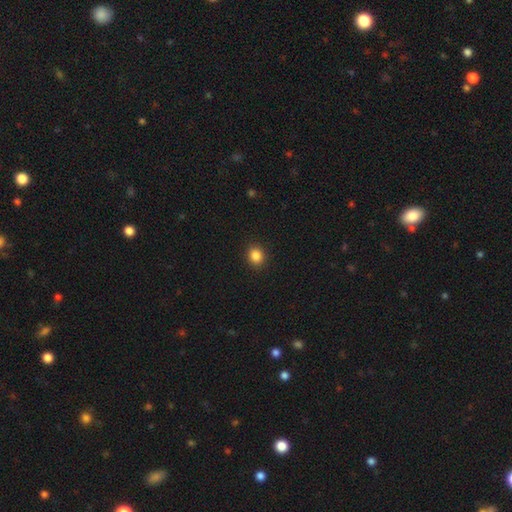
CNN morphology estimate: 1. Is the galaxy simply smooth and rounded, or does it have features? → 86% smooth, 10% star or artifact, 4% featured or disk.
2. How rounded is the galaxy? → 77% round, 22% in between, 1% cigar-shaped.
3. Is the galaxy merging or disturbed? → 91% none, 6% minor disturbance, 2% major disturbance, 1% merger.